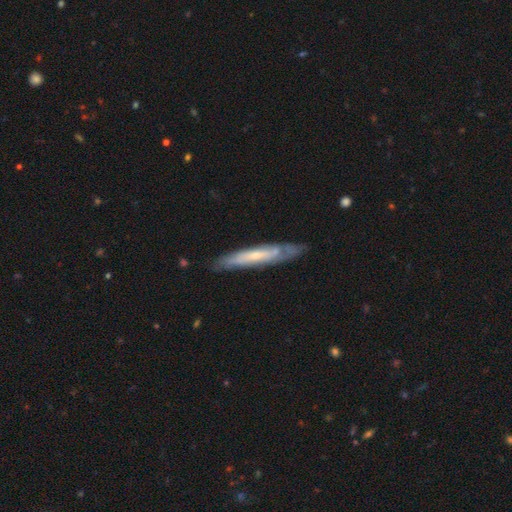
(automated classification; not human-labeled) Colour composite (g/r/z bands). It shows a featured or disk galaxy (61%) viewed edge-on (66%). Merging: none (77%).